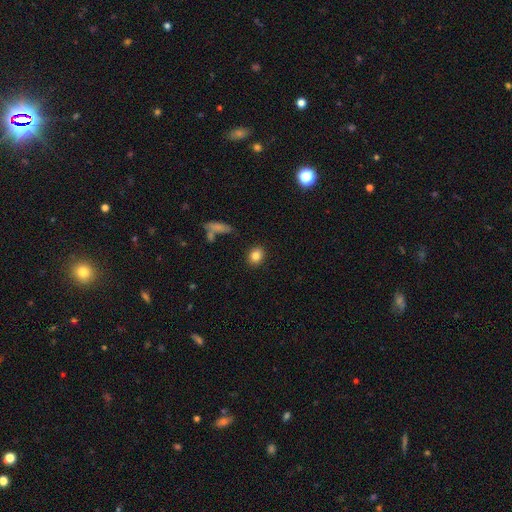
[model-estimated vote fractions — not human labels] smooth-or-featured: smooth: 83% | star or artifact: 9% | featured or disk: 7%
  how-rounded: round: 61% | in between: 38% | cigar-shaped: 2%
  merging: none: 87% | minor disturbance: 8% | major disturbance: 2% | merger: 2%